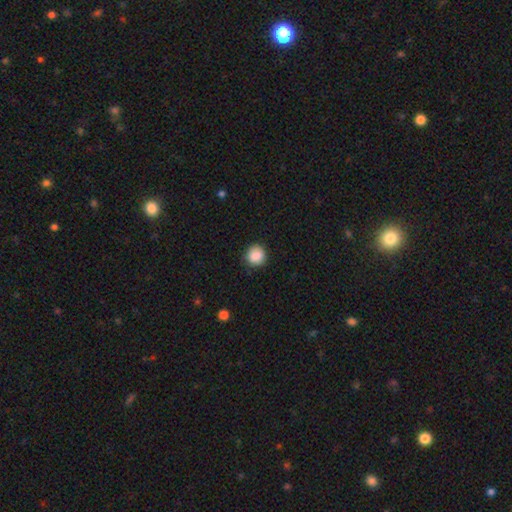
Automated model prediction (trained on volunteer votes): This is clearly a smooth galaxy (87%). How rounded: clearly round (86%). Merging: clearly none (82%).